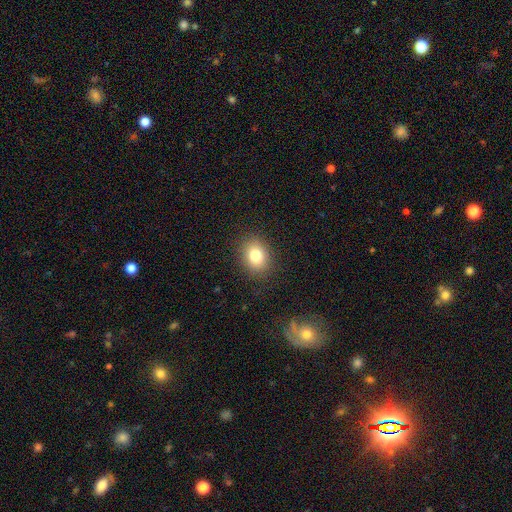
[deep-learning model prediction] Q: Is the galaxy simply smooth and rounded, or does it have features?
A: smooth — 79%.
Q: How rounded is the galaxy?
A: in between — 51%.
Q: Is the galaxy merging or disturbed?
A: none — 87%.